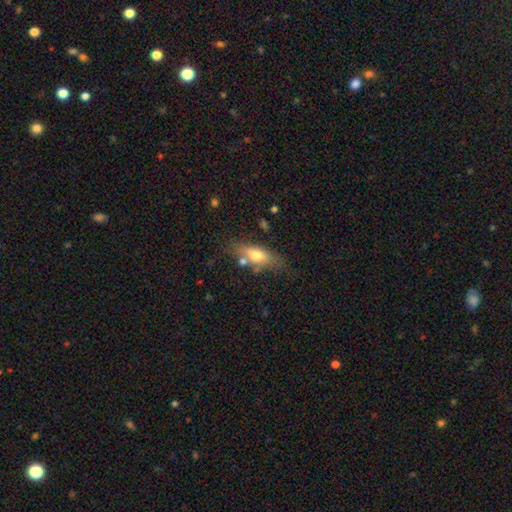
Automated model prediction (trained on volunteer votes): A smooth galaxy with no disk features (61%) that is in between round and cigar-shaped (69%).

Vote fractions:
- Smooth or featured? smooth: 61% / featured or disk: 31% / star or artifact: 8%
- How rounded? in between: 69% / cigar-shaped: 26% / round: 5%
- Merging? none: 62% / minor disturbance: 20% / merger: 11% / major disturbance: 7%